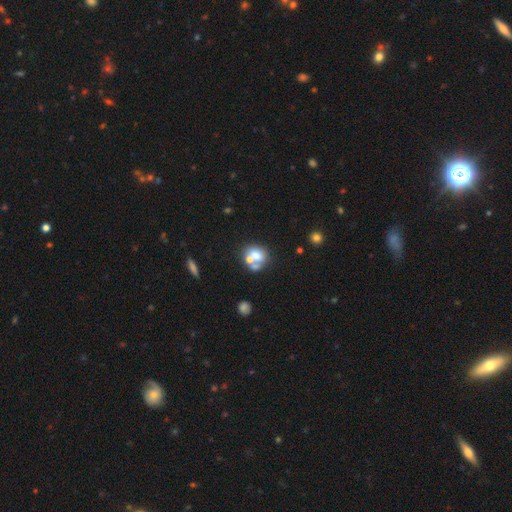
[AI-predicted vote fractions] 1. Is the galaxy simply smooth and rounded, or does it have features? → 62% smooth, 26% featured or disk, 12% star or artifact.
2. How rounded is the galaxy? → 59% round, 40% in between, 1% cigar-shaped.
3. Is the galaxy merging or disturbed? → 48% merger, 35% none, 11% minor disturbance, 6% major disturbance.